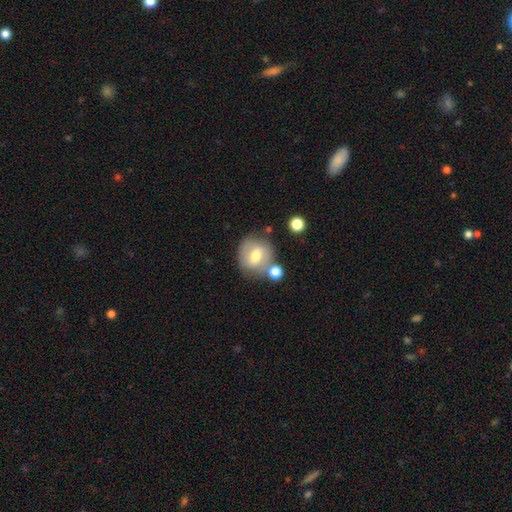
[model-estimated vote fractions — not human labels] Smooth or featured? smooth (59%)
How rounded? round (79%)
Merging? none (64%)